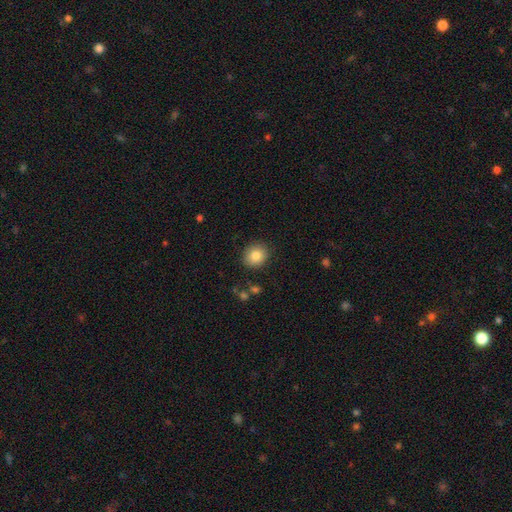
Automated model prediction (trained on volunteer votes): This is clearly a smooth galaxy (84%). How rounded: likely round (72%). Merging: clearly none (87%).